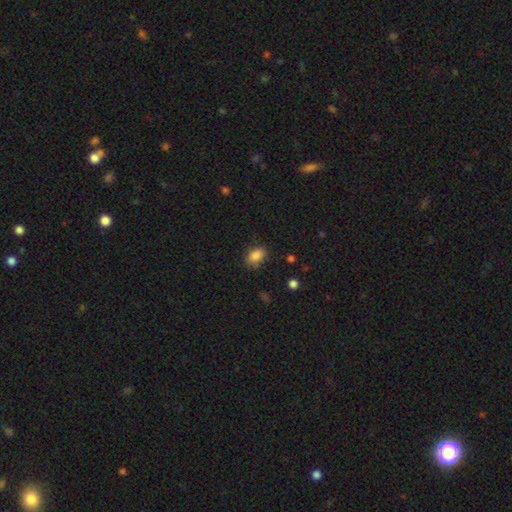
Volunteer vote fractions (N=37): Volunteers were most divided on "how rounded": in between: 68%, round: 32%, cigar-shaped: 0%. More confident: smooth or featured — smooth (92%); merging — none (83%).